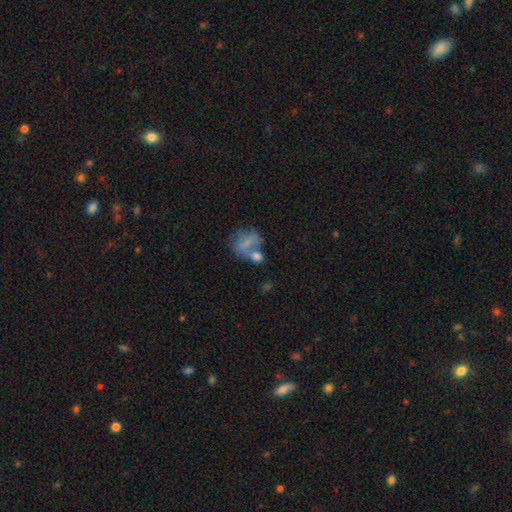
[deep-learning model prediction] Overall: smooth (64%). How rounded: in between (57%; round 40%). Merging: merger (47%; none 27%).